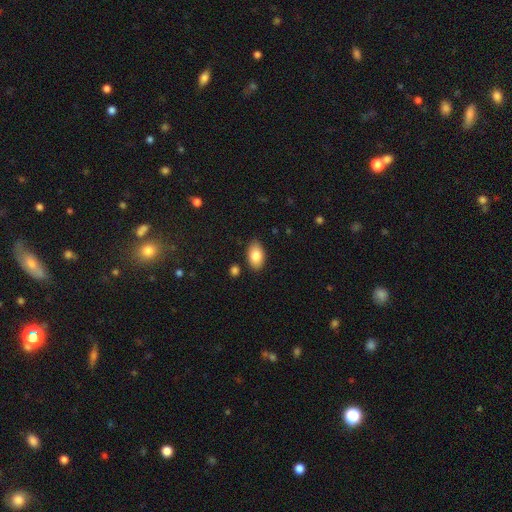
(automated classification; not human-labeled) Smooth or featured? smooth (84%)
How rounded? in between (93%)
Merging? none (86%)